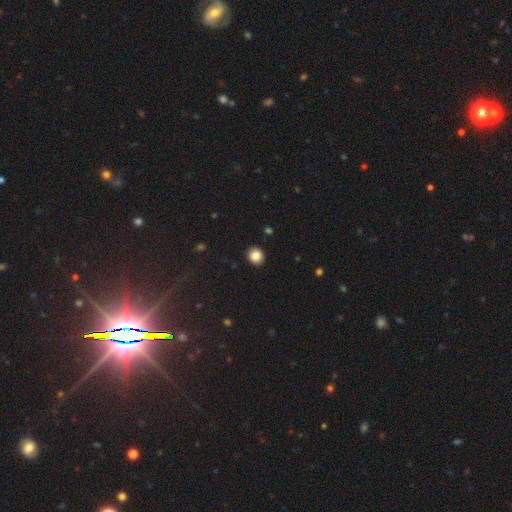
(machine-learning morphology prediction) Smooth or featured?
  - smooth: 85% *
  - star or artifact: 10%
  - featured or disk: 5%
How rounded?
  - round: 81% *
  - in between: 18%
  - cigar-shaped: 1%
Merging?
  - none: 92% *
  - minor disturbance: 5%
  - major disturbance: 2%
  - merger: 1%